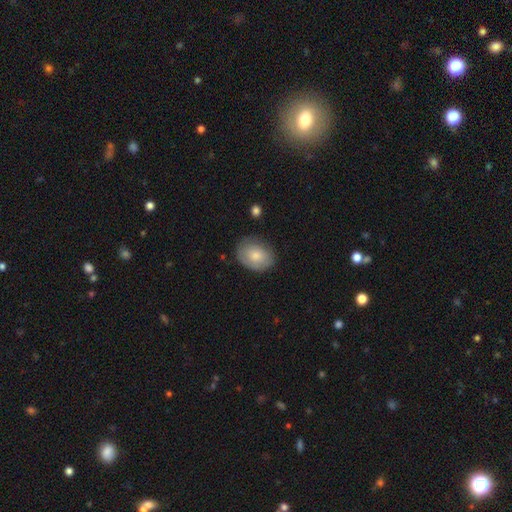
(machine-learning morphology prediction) Smooth or featured? smooth (73%)
How rounded? in between (69%)
Merging? none (74%)